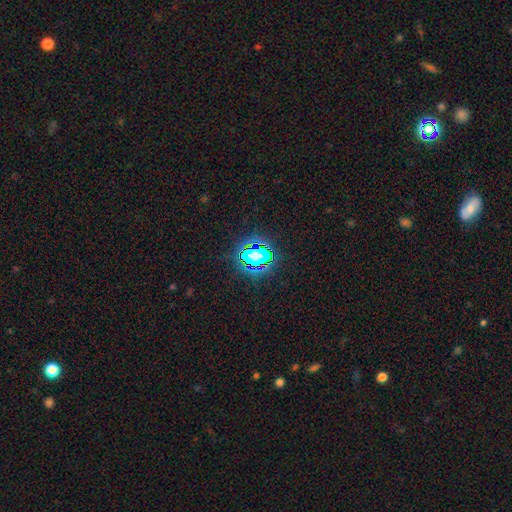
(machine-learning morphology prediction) A star or artifact, not a galaxy (78%).